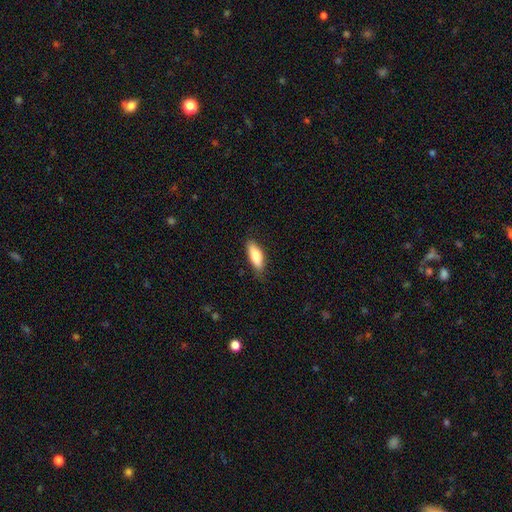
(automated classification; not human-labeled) A smooth galaxy with no disk features (83%) that is in between round and cigar-shaped (66%). Merging: none (77%).